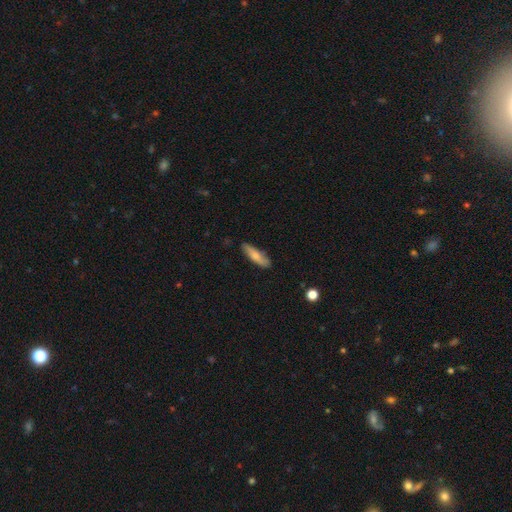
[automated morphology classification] Smooth or featured?
  - smooth: 71% *
  - featured or disk: 24%
  - star or artifact: 6%
How rounded?
  - cigar-shaped: 63% *
  - in between: 35%
  - round: 2%
Merging?
  - none: 82% *
  - minor disturbance: 14%
  - major disturbance: 2%
  - merger: 2%